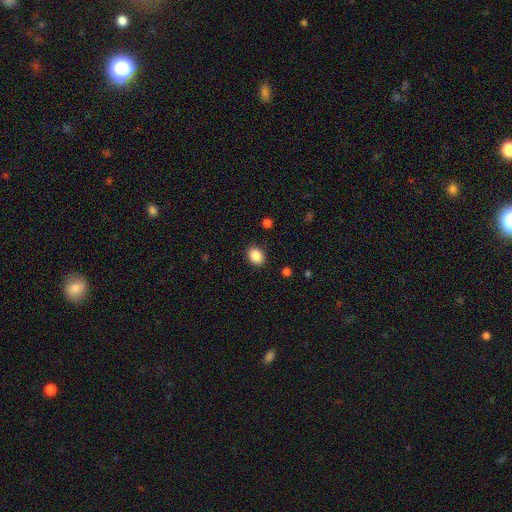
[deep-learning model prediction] Overall: smooth (87%). How rounded: in between (61%; round 38%). Merging: none (88%).